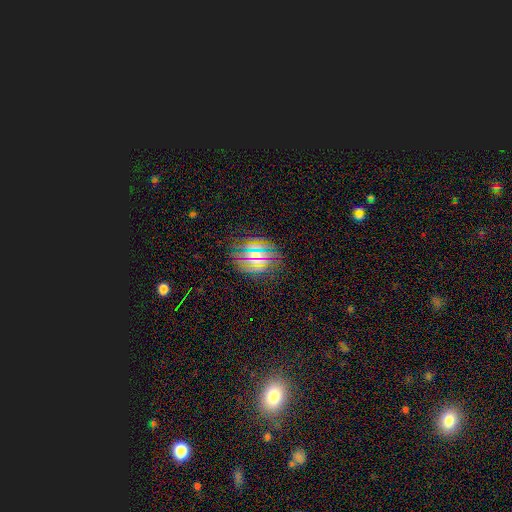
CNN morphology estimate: star or artifact 41%, smooth 33%, featured or disk 25%.